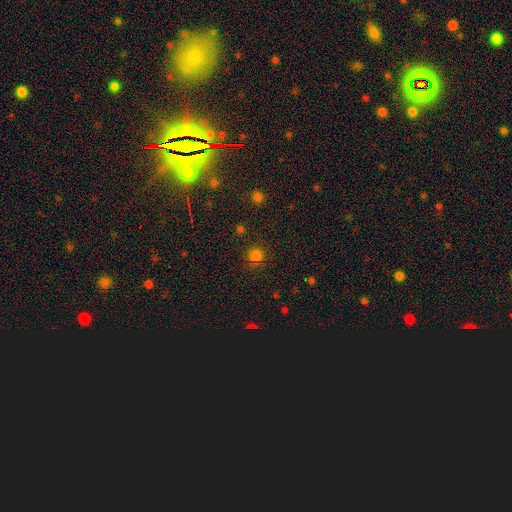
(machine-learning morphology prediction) This appears to be a smooth galaxy with no disk features (78%) that is round (93%). Merging: none (85%).